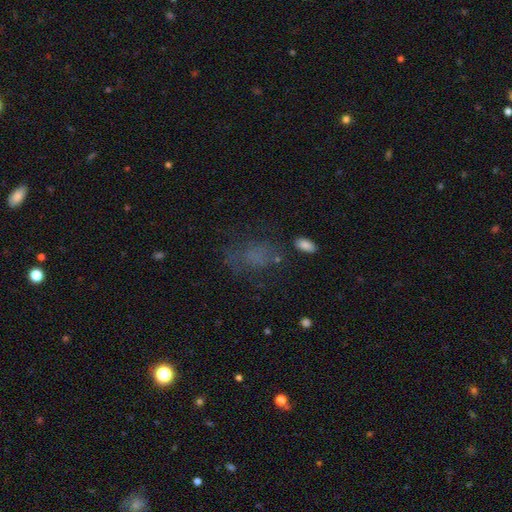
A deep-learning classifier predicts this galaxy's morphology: The model was most divided on "merging": none: 49%, major disturbance: 25%, minor disturbance: 21%, merger: 5%. More confident: how rounded — in between (72%); smooth or featured — smooth (50%).